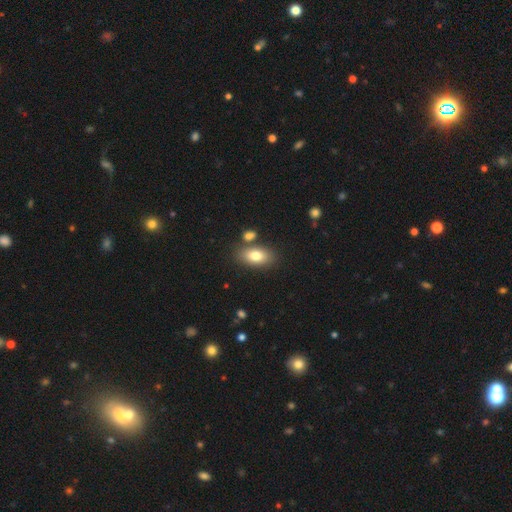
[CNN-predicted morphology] Smooth or featured? Predicted: smooth (p=0.79). How rounded? Predicted: in between (p=0.90). Merging? Predicted: none (p=0.73).